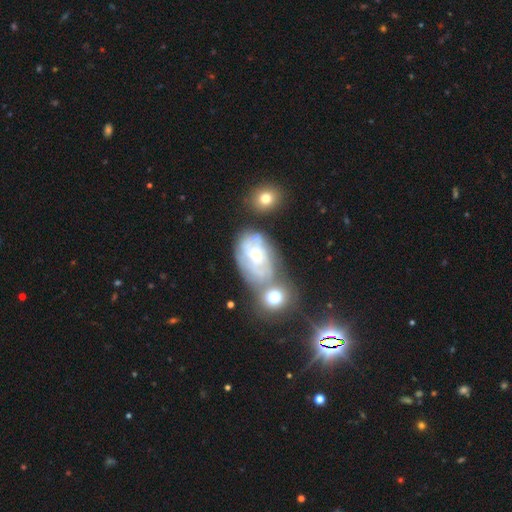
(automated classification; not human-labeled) Smooth or featured? featured or disk (71%)
Edge-on disk? no (96%)
Bar? no (77%)
Spiral arms? yes (84%)
Spiral winding? tight (65%)
Spiral arm count? can't tell (52%)
Bulge size? small (72%)
Merging? none (48%)